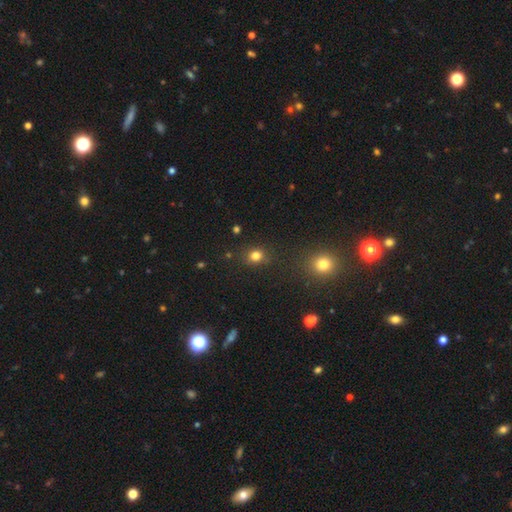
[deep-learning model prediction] Smooth or featured? Predicted: smooth (p=0.79). How rounded? Predicted: round (p=0.74). Merging? Predicted: none (p=0.82).